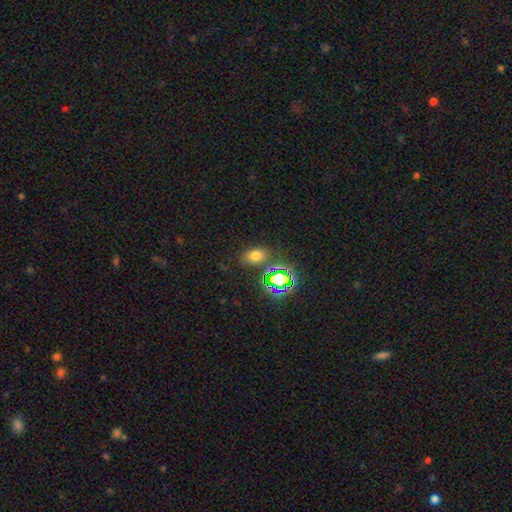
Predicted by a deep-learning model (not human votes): This appears to be a smooth galaxy with no disk features (64%) that is in between round and cigar-shaped (77%). Merging: none (79%).